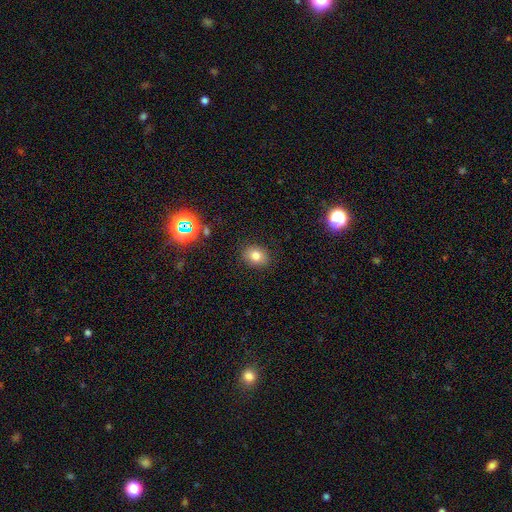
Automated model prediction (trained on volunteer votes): Smooth or featured: smooth — 78% (star or artifact — 13%)
How rounded: round — 51% (in between — 48%)
Merging: none — 88% (minor disturbance — 9%)